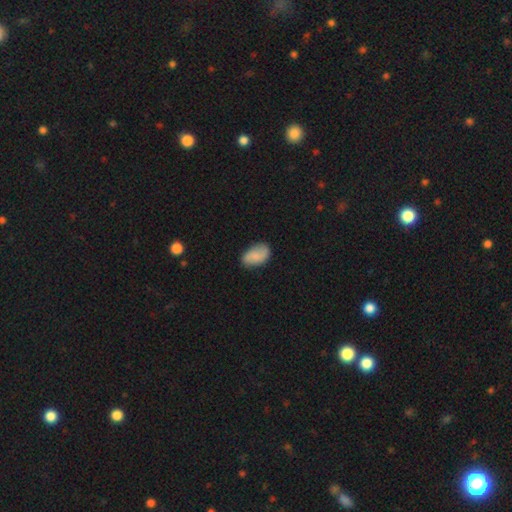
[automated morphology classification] Smooth or featured? Predicted: smooth (p=0.77). How rounded? Predicted: in between (p=0.92). Merging? Predicted: none (p=0.74).